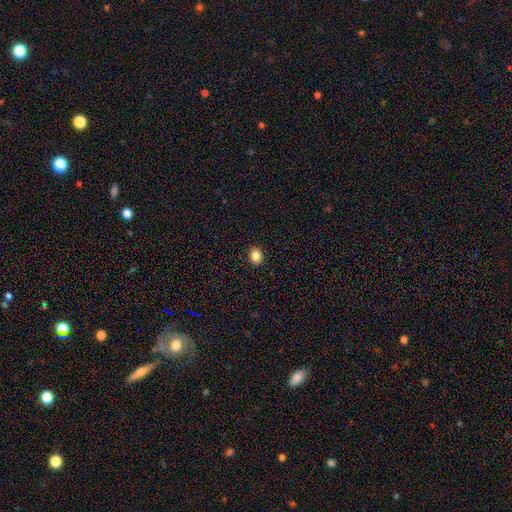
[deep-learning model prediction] A smooth galaxy with no disk features (85%) that is round (52%). Merging: none (91%).